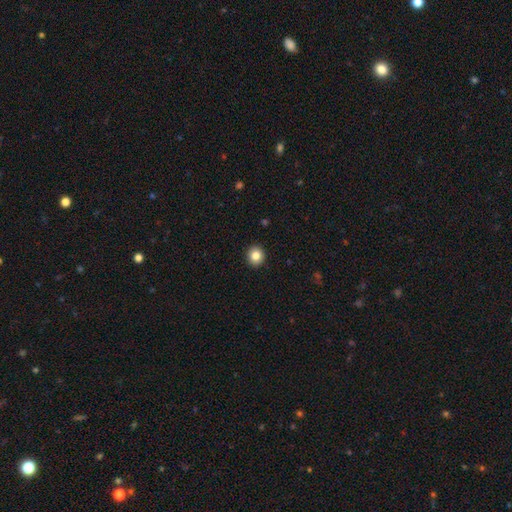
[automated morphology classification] A smooth galaxy with no disk features (84%) that is round (88%).

Vote fractions:
- Smooth or featured? smooth: 84% / star or artifact: 10% / featured or disk: 6%
- How rounded? round: 88% / in between: 11% / cigar-shaped: 1%
- Merging? none: 93% / minor disturbance: 4% / major disturbance: 1% / merger: 1%